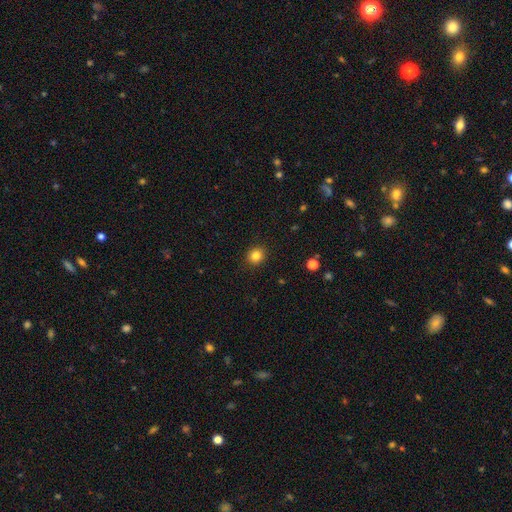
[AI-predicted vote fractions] A smooth galaxy with no disk features (83%) that is round (76%). Merging: none (90%).